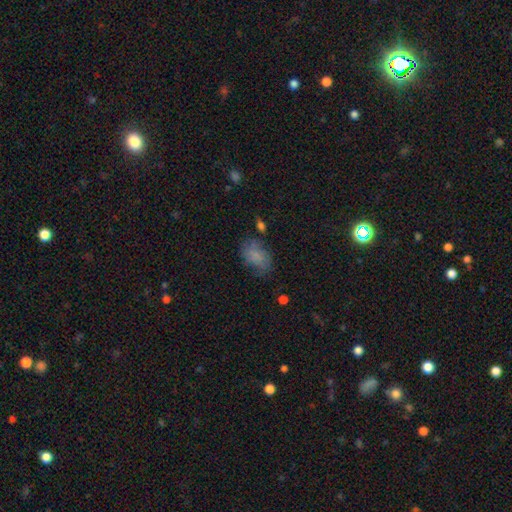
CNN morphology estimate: Smooth or featured? Predicted: smooth (p=0.74). How rounded? Predicted: in between (p=0.87). Merging? Predicted: none (p=0.60).